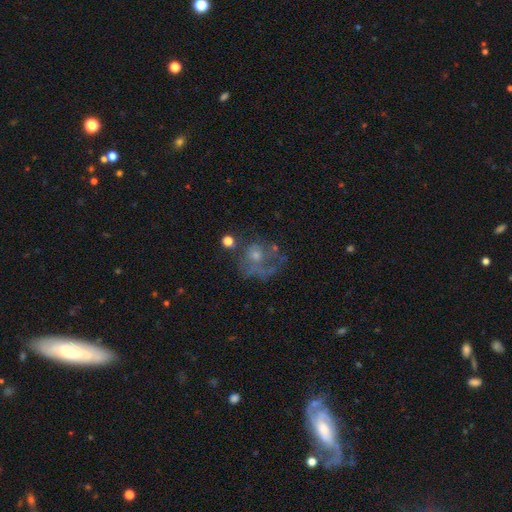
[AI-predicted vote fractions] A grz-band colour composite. It shows a featured or disk galaxy (51%). Merging: none (38%).